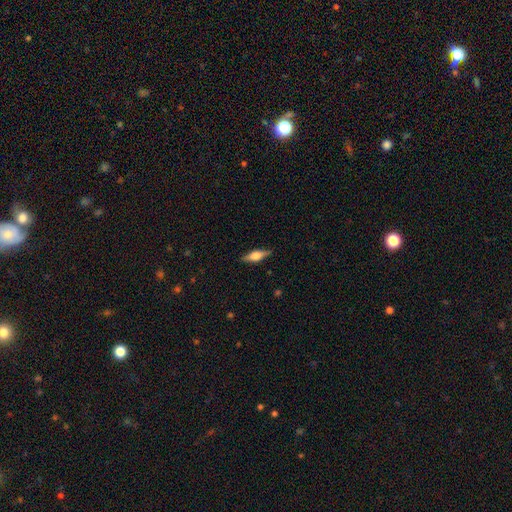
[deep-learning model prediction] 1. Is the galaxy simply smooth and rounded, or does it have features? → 56% featured or disk, 37% smooth, 7% star or artifact.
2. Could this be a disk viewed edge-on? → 96% yes, 4% no.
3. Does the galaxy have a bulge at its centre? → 87% rounded, 11% boxy, 2% none.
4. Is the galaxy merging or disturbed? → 87% none, 9% minor disturbance, 2% major disturbance, 1% merger.